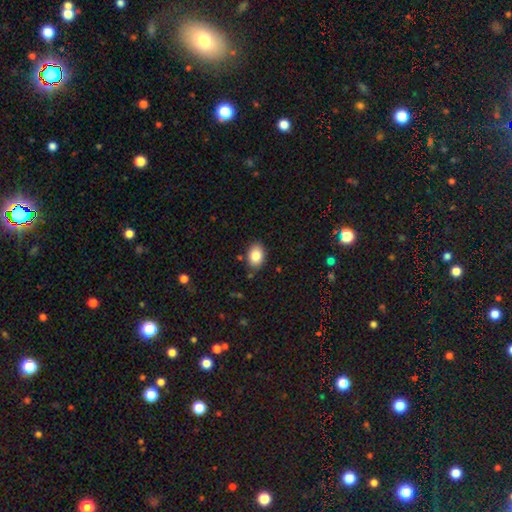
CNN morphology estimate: A smooth galaxy with no disk features (85%) that is in between round and cigar-shaped (79%).

Vote fractions:
- Smooth or featured? smooth: 85% / star or artifact: 8% / featured or disk: 7%
- How rounded? in between: 79% / round: 20% / cigar-shaped: 1%
- Merging? none: 84% / minor disturbance: 12% / major disturbance: 2% / merger: 2%